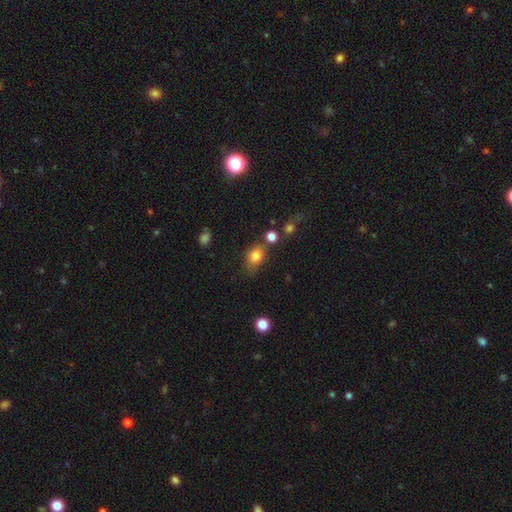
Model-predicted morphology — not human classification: Smooth or featured?
  - smooth: 81% *
  - star or artifact: 10%
  - featured or disk: 8%
How rounded?
  - in between: 63% *
  - round: 35%
  - cigar-shaped: 2%
Merging?
  - none: 59% *
  - minor disturbance: 20%
  - merger: 13%
  - major disturbance: 8%